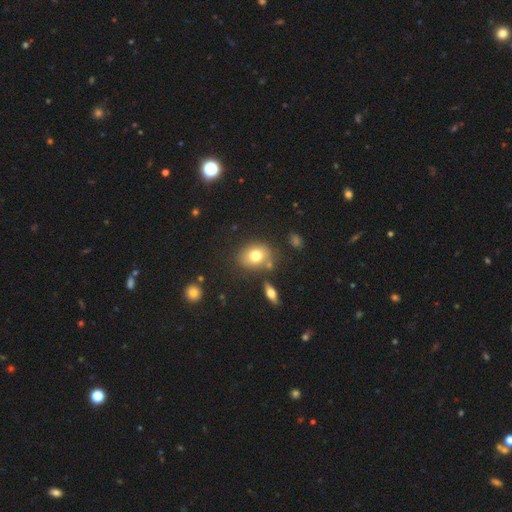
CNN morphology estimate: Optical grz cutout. It shows a smooth galaxy with no disk features (75%) that is in between round and cigar-shaped (55%). Merging: none (73%).